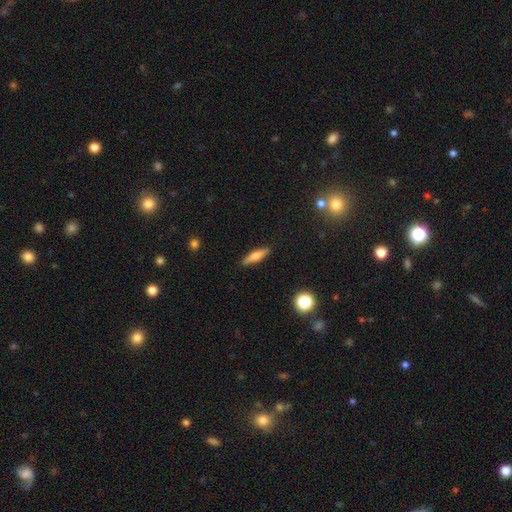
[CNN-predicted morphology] A smooth galaxy with no disk features (63%) that is cigar-shaped (71%).

Vote fractions:
- Smooth or featured? smooth: 63% / featured or disk: 29% / star or artifact: 7%
- How rounded? cigar-shaped: 71% / in between: 26% / round: 3%
- Merging? none: 89% / minor disturbance: 8% / major disturbance: 2% / merger: 1%